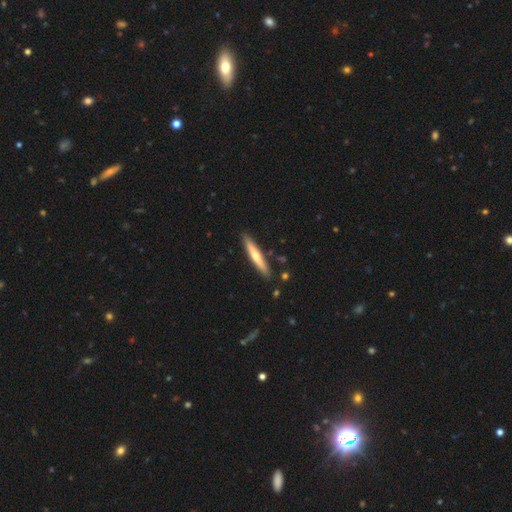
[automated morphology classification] type=smooth (48%); merging=none (89%).